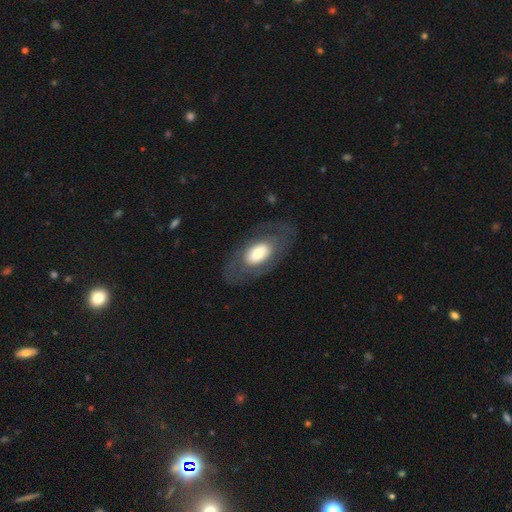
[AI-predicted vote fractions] smooth-or-featured: smooth: 49% | featured or disk: 45% | star or artifact: 7%
  merging: none: 75% | minor disturbance: 14% | major disturbance: 10% | merger: 1%